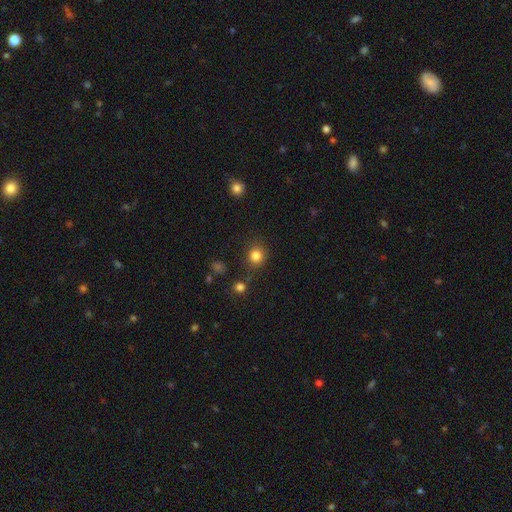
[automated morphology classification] Q: Smooth or featured?
A: smooth (83%); runner-up: star or artifact (12%)
Q: How rounded?
A: round (86%); runner-up: in between (13%)
Q: Merging?
A: none (82%); runner-up: minor disturbance (10%)